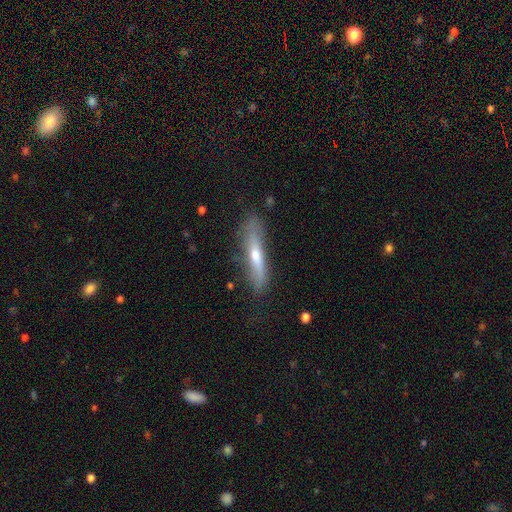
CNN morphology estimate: Smooth or featured: featured or disk — 53% (smooth — 38%)
Edge-on disk: yes — 80% (no — 20%)
Merging: none — 78% (minor disturbance — 17%)